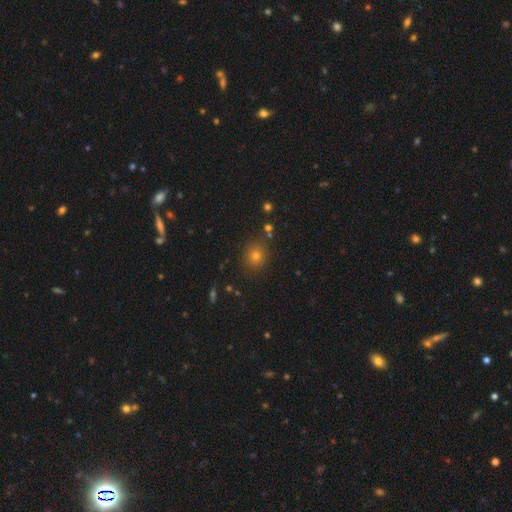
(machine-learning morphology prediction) smooth-or-featured: smooth: 69% | star or artifact: 22% | featured or disk: 8%
  how-rounded: round: 83% | in between: 16% | cigar-shaped: 1%
  merging: none: 86% | minor disturbance: 8% | merger: 4% | major disturbance: 3%